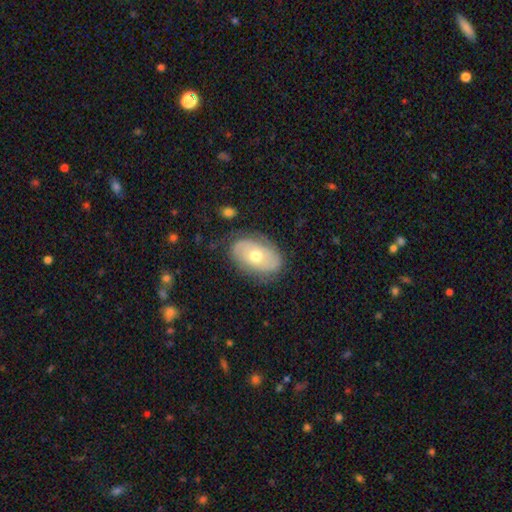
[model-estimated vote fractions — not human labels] smooth-or-featured: featured or disk: 53% | smooth: 40% | star or artifact: 7%
  disk-edge-on: no: 92% | yes: 8%
  merging: none: 77% | minor disturbance: 17% | major disturbance: 5% | merger: 1%